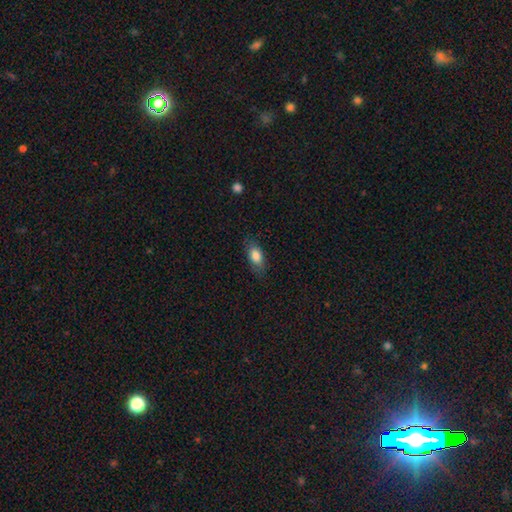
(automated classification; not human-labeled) This appears to be a smooth galaxy with no disk features (82%) that is in between round and cigar-shaped (85%). Merging: none (80%).